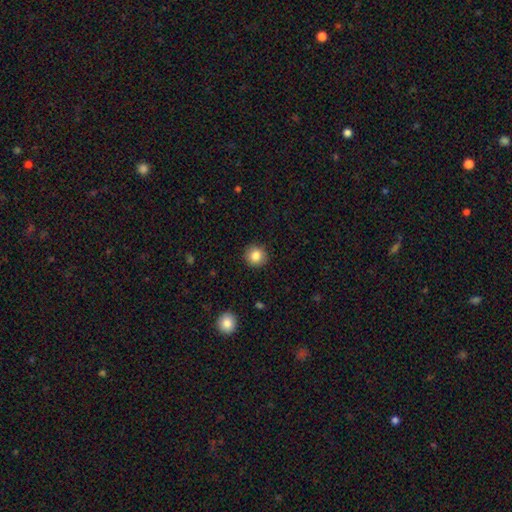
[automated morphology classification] Smooth or featured? Predicted: smooth (p=0.84). How rounded? Predicted: round (p=0.93). Merging? Predicted: none (p=0.91).